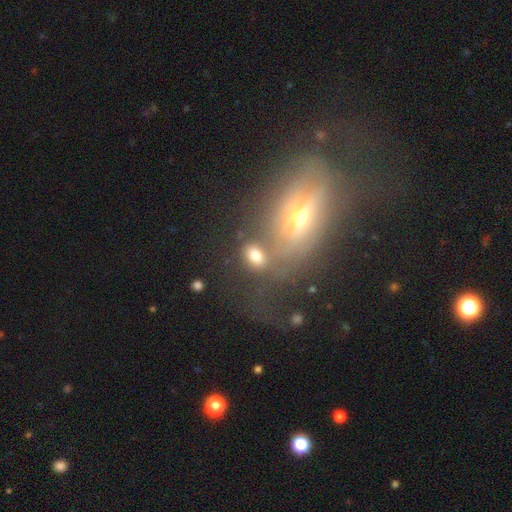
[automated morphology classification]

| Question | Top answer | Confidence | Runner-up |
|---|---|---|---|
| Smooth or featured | smooth | 71% | featured or disk (15%) |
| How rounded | in between | 76% | round (22%) |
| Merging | none | 63% | merger (16%) |